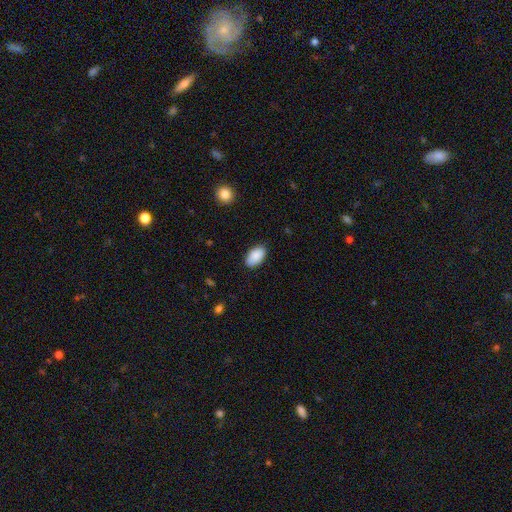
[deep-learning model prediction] This appears to be a smooth galaxy with no disk features (89%) that is in between round and cigar-shaped (95%). Merging: none (86%).